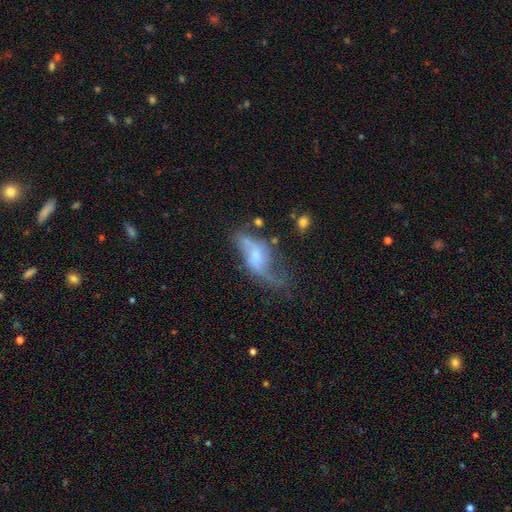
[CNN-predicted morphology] The model was most divided on "merging" (2-way tie): none: 34%, major disturbance: 34%, minor disturbance: 25%, merger: 7%. Remaining: edge-on disk — no (90%); spiral arms — yes (83%); spiral winding — loose (80%); spiral arm count — 2 (74%); smooth or featured — featured or disk (67%); bar — no (54%); bulge size — small (34%).